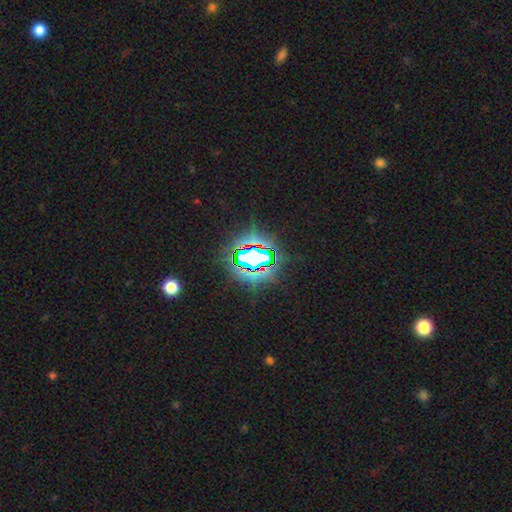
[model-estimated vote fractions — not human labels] This is clearly a star or artifact rather than a galaxy (82%).